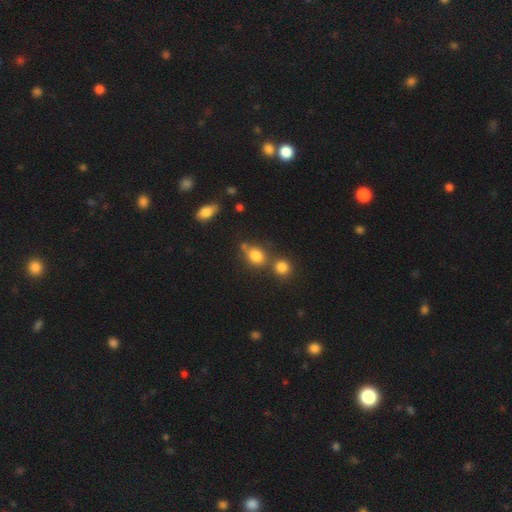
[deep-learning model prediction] This is likely a smooth galaxy (80%). How rounded: possibly in between (55%). Merging: possibly none (51%).